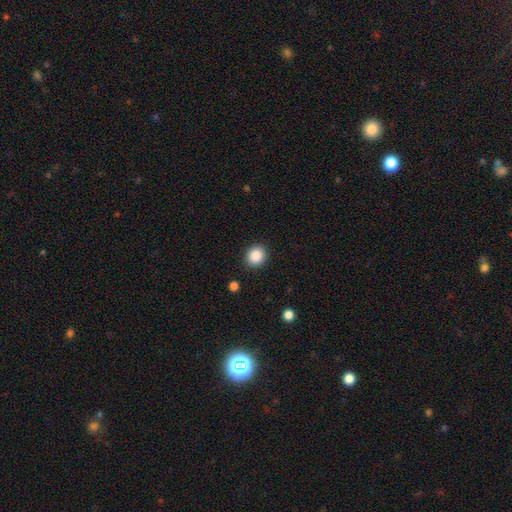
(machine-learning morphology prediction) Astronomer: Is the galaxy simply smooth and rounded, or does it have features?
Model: smooth — 87%.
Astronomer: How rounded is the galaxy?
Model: round — 81%.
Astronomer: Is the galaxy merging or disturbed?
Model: none — 91%.